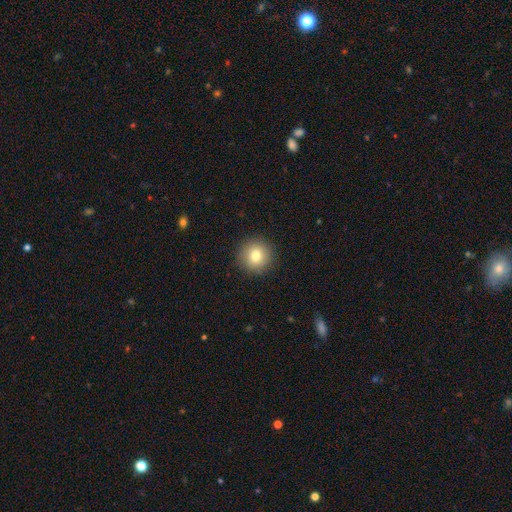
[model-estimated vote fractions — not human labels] This is clearly a smooth galaxy (80%). How rounded: clearly round (94%). Merging: clearly none (91%).